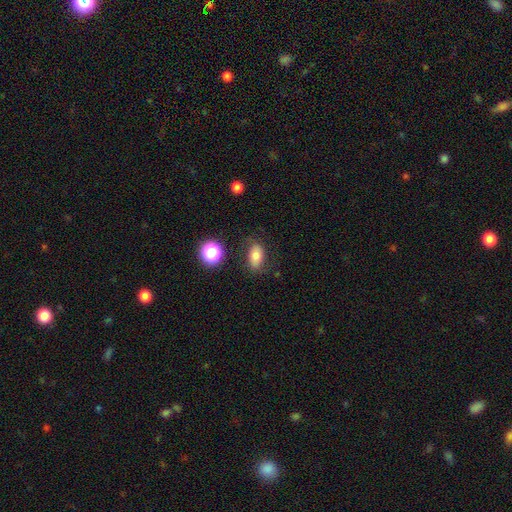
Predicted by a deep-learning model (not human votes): The model was most divided on "merging": none: 77%, minor disturbance: 16%, major disturbance: 5%, merger: 3%. More confident: how rounded — in between (86%); smooth or featured — smooth (77%).